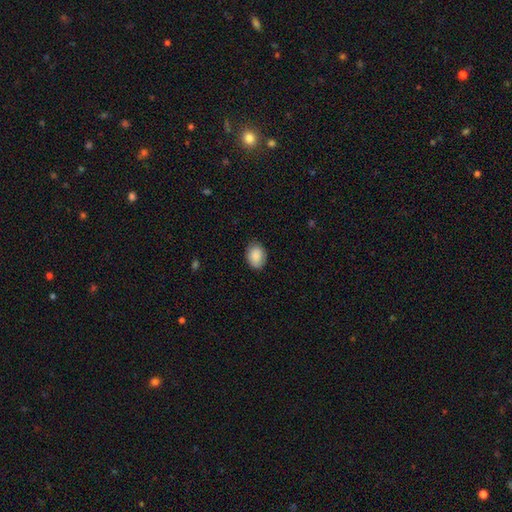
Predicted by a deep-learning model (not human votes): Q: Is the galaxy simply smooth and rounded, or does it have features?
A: smooth — 89%.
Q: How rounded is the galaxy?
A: in between — 72%.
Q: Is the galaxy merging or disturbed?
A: none — 83%.